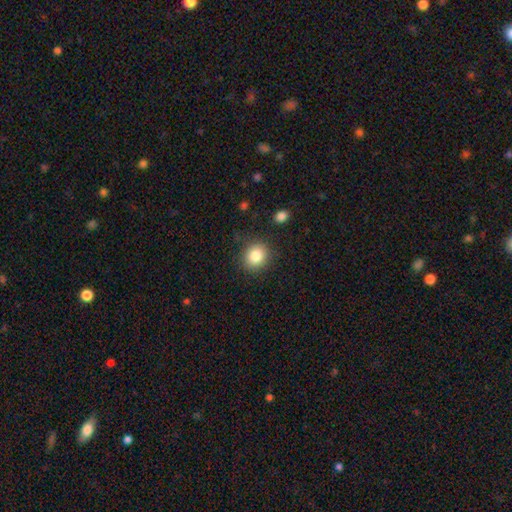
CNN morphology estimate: Q: Smooth or featured?
A: smooth (84%); runner-up: star or artifact (10%)
Q: How rounded?
A: round (73%); runner-up: in between (26%)
Q: Merging?
A: none (87%); runner-up: minor disturbance (9%)